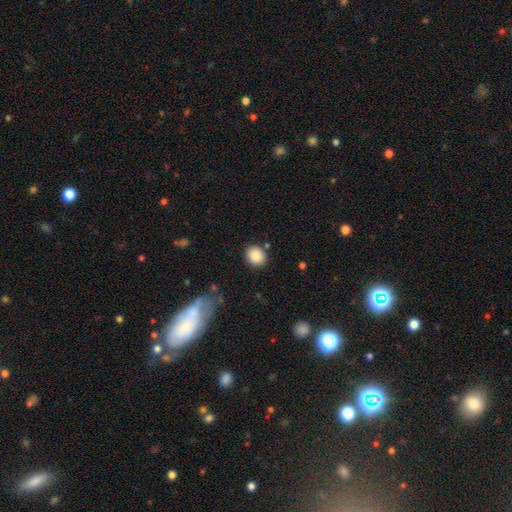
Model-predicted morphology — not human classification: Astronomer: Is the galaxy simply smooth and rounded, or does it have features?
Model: smooth — 87%.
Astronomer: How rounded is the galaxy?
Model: round — 72%.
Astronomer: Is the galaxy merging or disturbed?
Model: none — 84%.